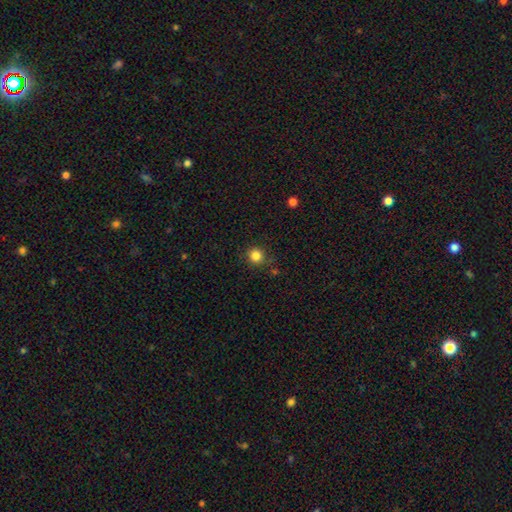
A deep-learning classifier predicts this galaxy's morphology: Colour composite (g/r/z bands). It shows a smooth galaxy with no disk features (84%) that is round (93%). Merging: none (88%).